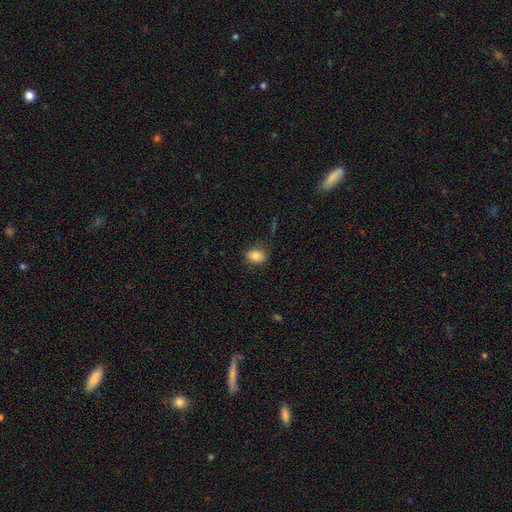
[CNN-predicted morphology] smooth_or_featured: smooth (p=0.82) [alt: star or artifact p=0.09]
how_rounded: in between (p=0.71) [alt: round p=0.28]
merging: none (p=0.79) [alt: minor disturbance p=0.15]